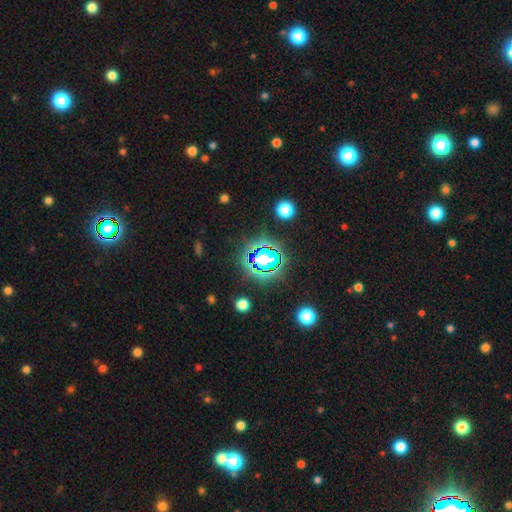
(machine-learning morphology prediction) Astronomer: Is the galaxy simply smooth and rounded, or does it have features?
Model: star or artifact — 61%.